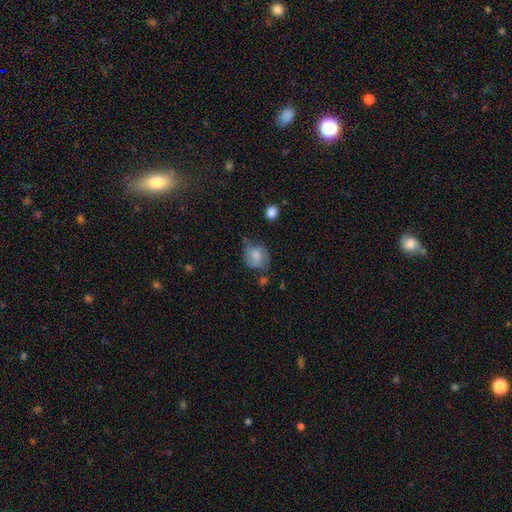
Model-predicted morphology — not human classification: Q: Smooth or featured?
A: smooth (68%); runner-up: featured or disk (24%)
Q: How rounded?
A: round (62%); runner-up: in between (37%)
Q: Merging?
A: none (42%); runner-up: minor disturbance (35%)